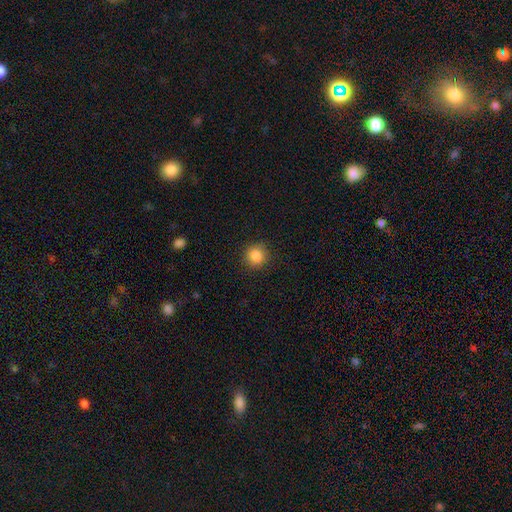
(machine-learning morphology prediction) smooth_or_featured: smooth (p=0.86) [alt: star or artifact p=0.10]
how_rounded: round (p=0.93) [alt: in between p=0.06]
merging: none (p=0.90) [alt: minor disturbance p=0.07]